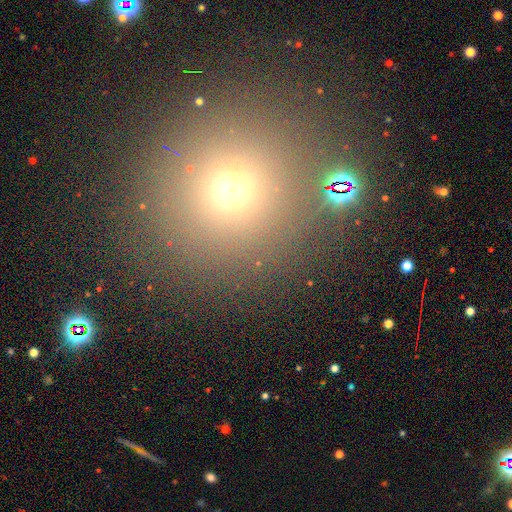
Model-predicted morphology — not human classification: smooth_or_featured: smooth (p=0.58) [alt: star or artifact p=0.34]
how_rounded: round (p=0.93) [alt: in between p=0.06]
merging: none (p=0.85) [alt: minor disturbance p=0.07]